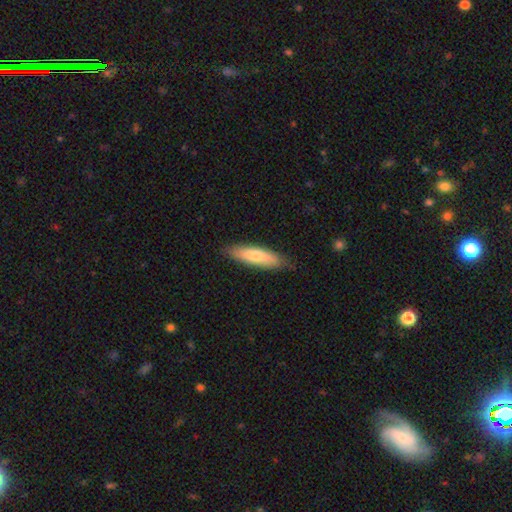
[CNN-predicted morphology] smooth 72%, featured or disk 23%, star or artifact 5%. Down the decision tree: how rounded — cigar-shaped (67%); merging — none (83%).